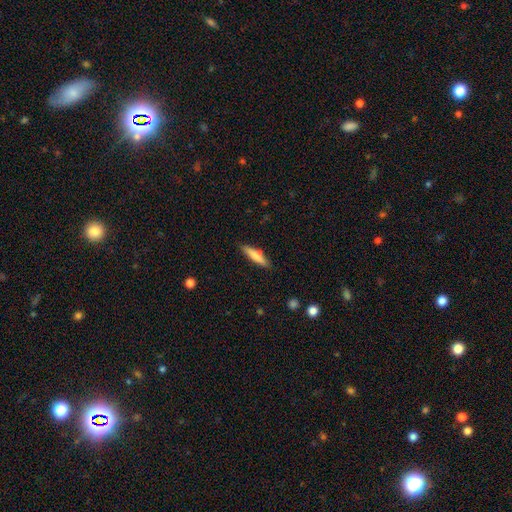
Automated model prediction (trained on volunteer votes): Smooth or featured? Predicted: smooth (p=0.66). How rounded? Predicted: cigar-shaped (p=0.81). Merging? Predicted: none (p=0.85).